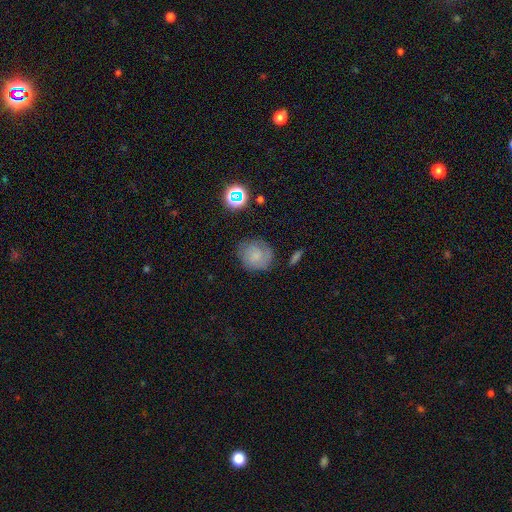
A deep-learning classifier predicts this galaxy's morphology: type=smooth (53%); roundness=round (80%); merging=none (72%).